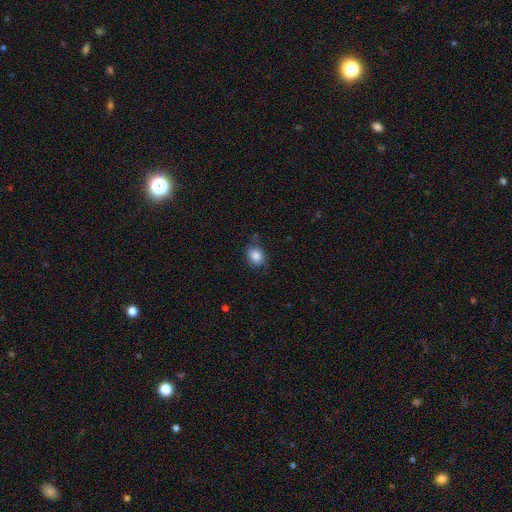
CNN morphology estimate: Smooth or featured? smooth (86%)
How rounded? in between (53%)
Merging? none (72%)